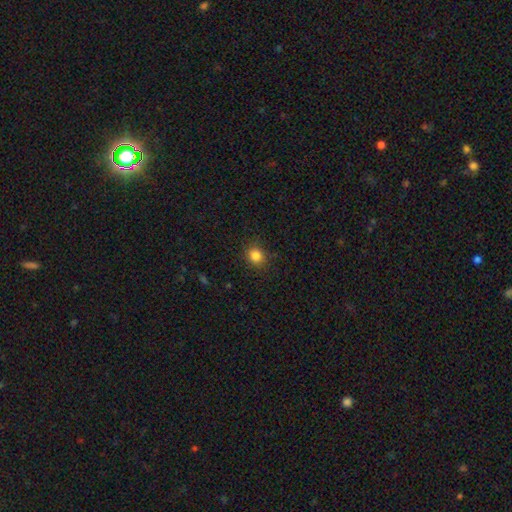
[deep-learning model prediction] smooth 84%, star or artifact 12%, featured or disk 4%. Down the decision tree: how rounded — round (83%); merging — none (87%).